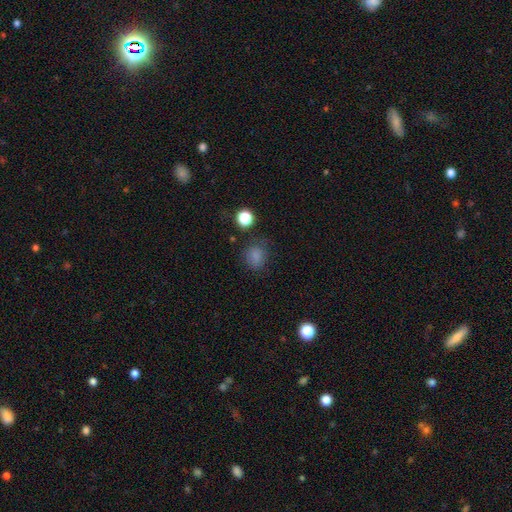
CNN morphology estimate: Q: Smooth or featured?
A: smooth (80%); runner-up: star or artifact (15%)
Q: How rounded?
A: round (63%); runner-up: in between (36%)
Q: Merging?
A: none (73%); runner-up: minor disturbance (18%)